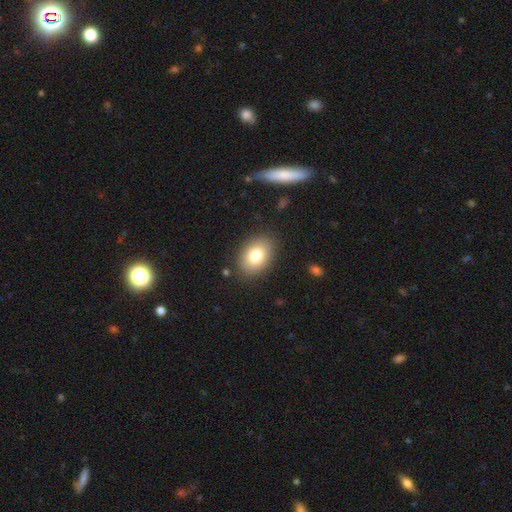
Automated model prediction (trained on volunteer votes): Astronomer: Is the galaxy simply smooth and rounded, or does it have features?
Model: smooth — 79%.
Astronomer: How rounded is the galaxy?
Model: in between — 77%.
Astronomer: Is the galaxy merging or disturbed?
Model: none — 86%.